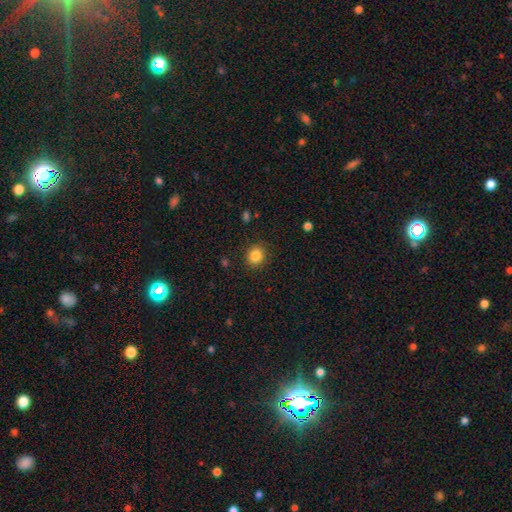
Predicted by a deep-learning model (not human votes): smooth 85%, star or artifact 10%, featured or disk 5%. Down the decision tree: how rounded — round (80%); merging — none (89%).